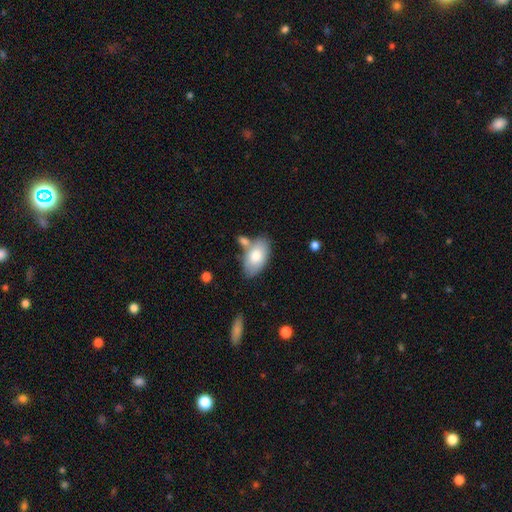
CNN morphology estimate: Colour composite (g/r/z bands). It shows a smooth galaxy with no disk features (76%) that is in between round and cigar-shaped (94%). Merging: none (63%).